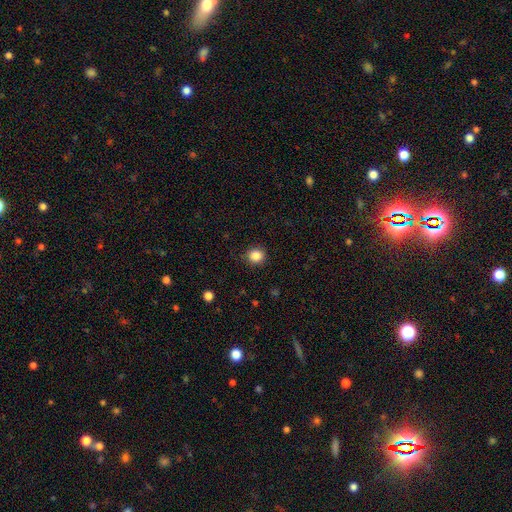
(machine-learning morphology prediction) A smooth galaxy with no disk features (86%) that is round (88%).

Vote fractions:
- Smooth or featured? smooth: 86% / star or artifact: 10% / featured or disk: 4%
- How rounded? round: 88% / in between: 11% / cigar-shaped: 1%
- Merging? none: 87% / minor disturbance: 9% / major disturbance: 3% / merger: 1%